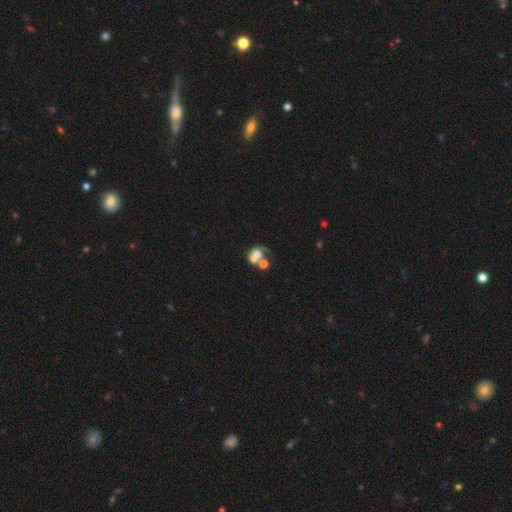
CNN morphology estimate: A smooth galaxy with no disk features (47%).

Vote fractions:
- Smooth or featured? smooth: 47% / featured or disk: 41% / star or artifact: 13%
- Merging? merger: 60% / none: 17% / major disturbance: 15% / minor disturbance: 8%